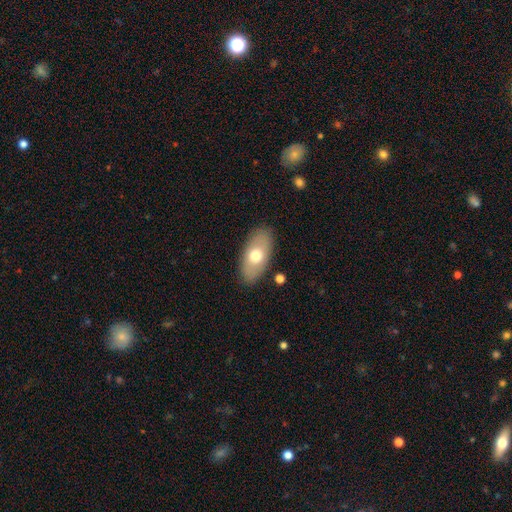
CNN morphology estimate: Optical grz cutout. It shows a smooth galaxy with no disk features (66%) that is in between round and cigar-shaped (91%). Merging: none (85%).